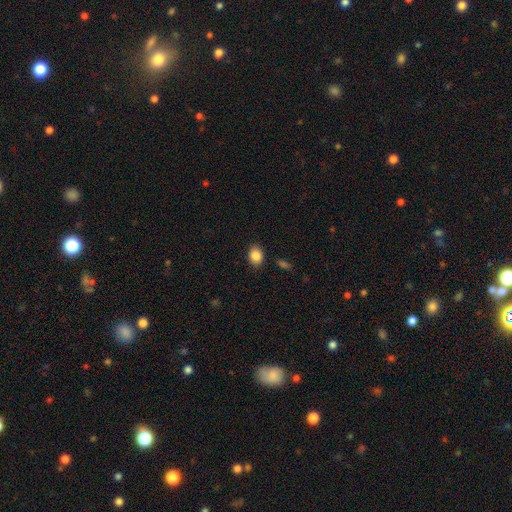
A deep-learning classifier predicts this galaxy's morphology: This is clearly a smooth galaxy (87%). How rounded: possibly in between (53%). Merging: clearly none (86%).